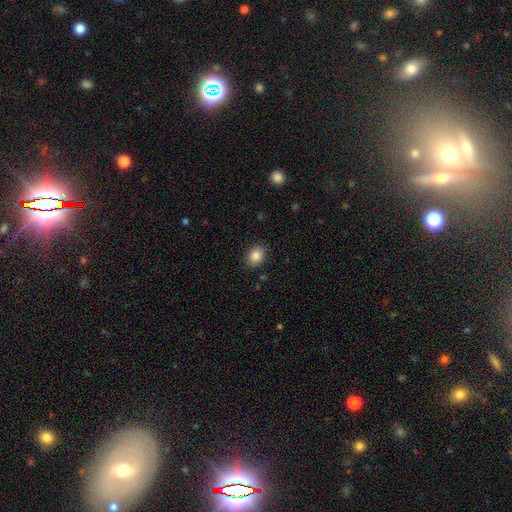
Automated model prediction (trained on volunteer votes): Q: Smooth or featured?
A: smooth (86%); runner-up: star or artifact (9%)
Q: How rounded?
A: in between (67%); runner-up: round (32%)
Q: Merging?
A: none (88%); runner-up: minor disturbance (9%)